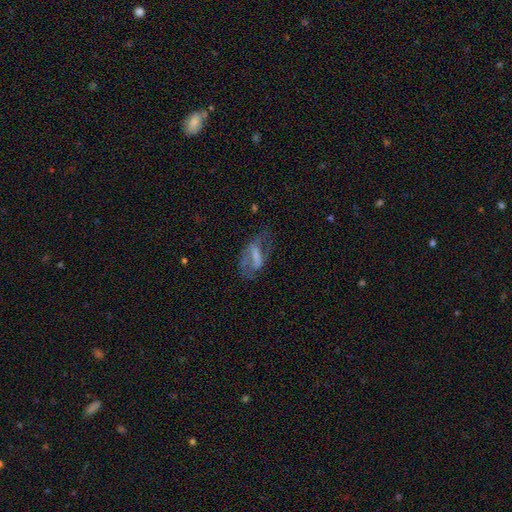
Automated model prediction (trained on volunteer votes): Smooth or featured? featured or disk (57%)
Edge-on disk? no (88%)
Bar? strong (43%)
Spiral arms? no (53%)
Bulge size? none (45%)
Merging? none (46%)